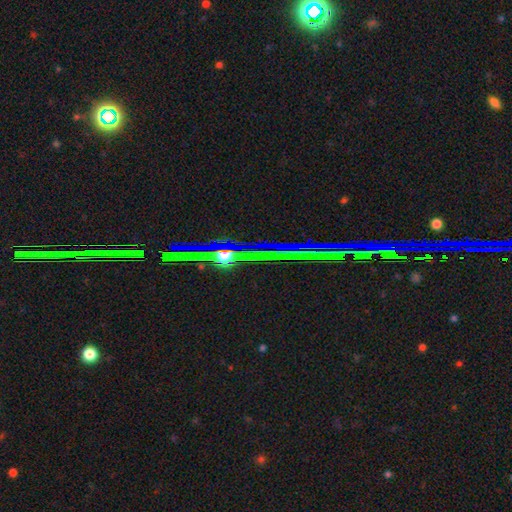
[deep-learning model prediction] Overall: star or artifact (81%).